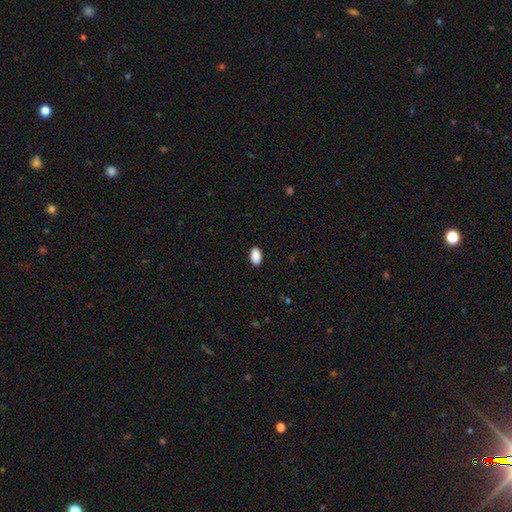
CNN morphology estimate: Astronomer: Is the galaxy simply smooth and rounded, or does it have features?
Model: smooth — 90%.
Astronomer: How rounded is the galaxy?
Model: in between — 93%.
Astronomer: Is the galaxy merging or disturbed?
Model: none — 89%.